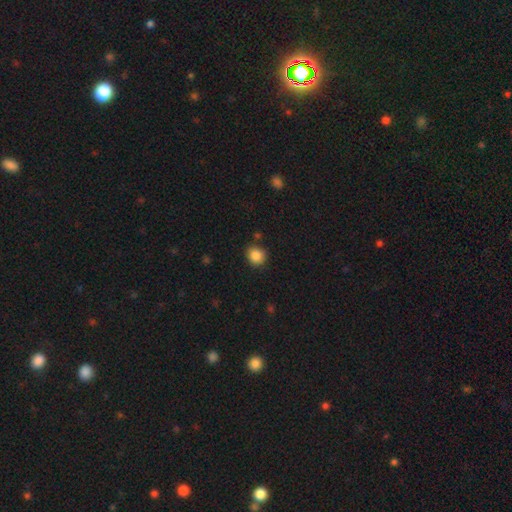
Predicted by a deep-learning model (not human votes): Smooth or featured?
  - smooth: 86% *
  - star or artifact: 10%
  - featured or disk: 4%
How rounded?
  - round: 85% *
  - in between: 14%
  - cigar-shaped: 1%
Merging?
  - none: 84% *
  - minor disturbance: 10%
  - merger: 3%
  - major disturbance: 3%